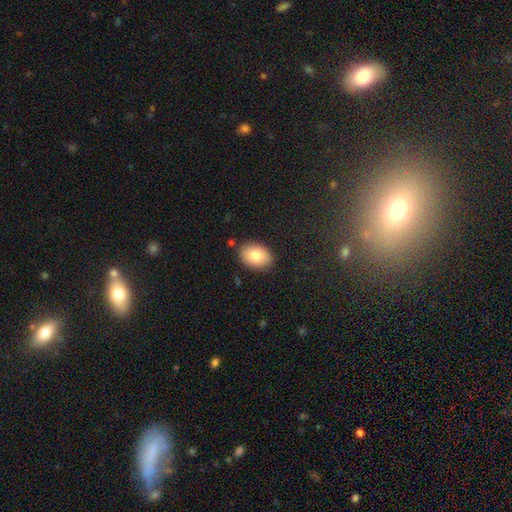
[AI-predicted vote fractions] smooth-or-featured: smooth: 81% | featured or disk: 12% | star or artifact: 7%
  how-rounded: in between: 82% | round: 17% | cigar-shaped: 1%
  merging: none: 86% | minor disturbance: 10% | major disturbance: 2% | merger: 2%